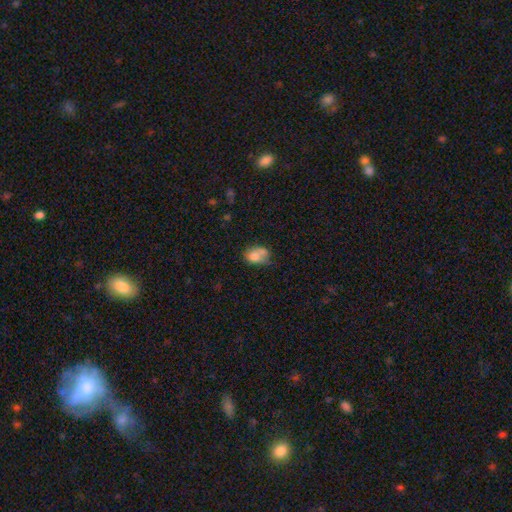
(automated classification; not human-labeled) Morphology: type=smooth (71%); roundness=in between (69%); merging=merger (32%).